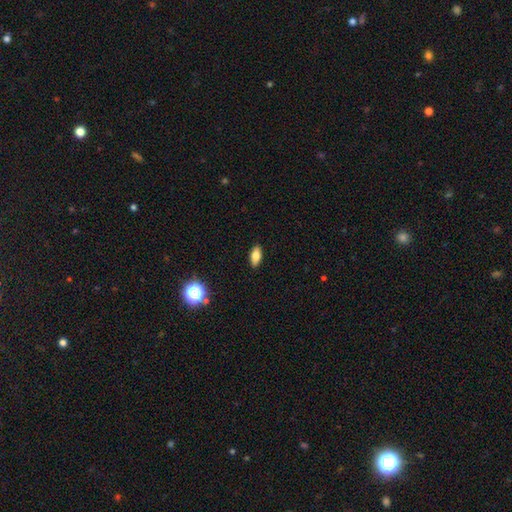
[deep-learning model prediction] smooth_or_featured: smooth (p=0.78) [alt: featured or disk p=0.13]
how_rounded: in between (p=0.86) [alt: cigar-shaped p=0.11]
merging: none (p=0.89) [alt: minor disturbance p=0.08]